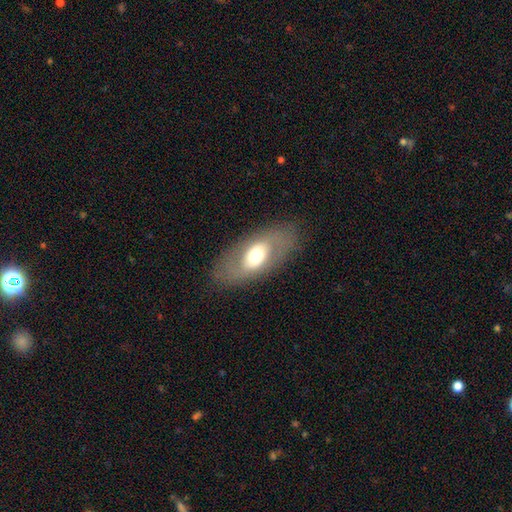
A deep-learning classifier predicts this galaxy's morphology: This is possibly a smooth galaxy (47%). Merging: clearly none (81%).